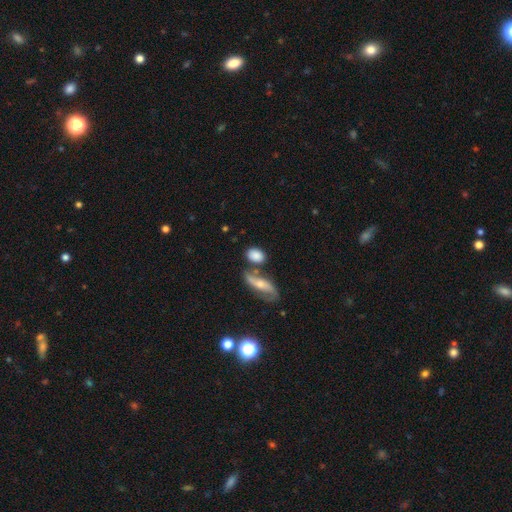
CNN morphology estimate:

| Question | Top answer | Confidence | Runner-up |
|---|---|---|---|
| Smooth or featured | smooth | 75% | featured or disk (18%) |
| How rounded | in between | 74% | round (21%) |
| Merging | none | 55% | merger (24%) |